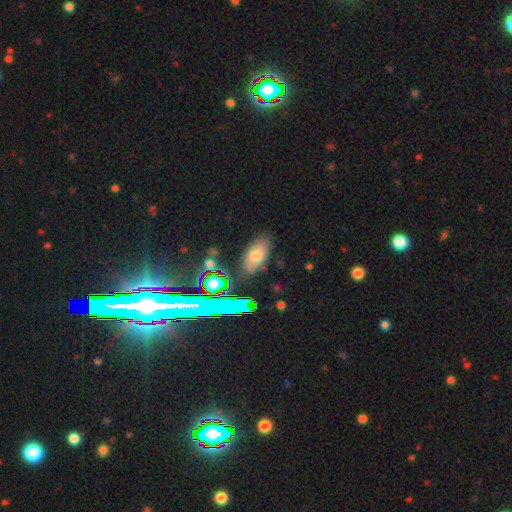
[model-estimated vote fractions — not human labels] This is likely a smooth galaxy (67%). How rounded: clearly in between (91%). Merging: likely none (77%).